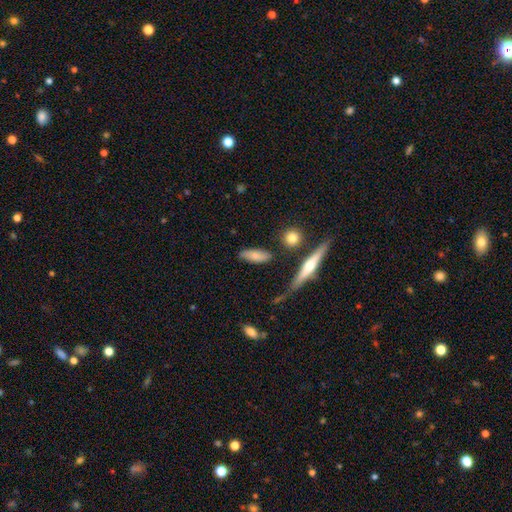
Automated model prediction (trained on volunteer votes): Smooth or featured?
  - smooth: 73% *
  - featured or disk: 20%
  - star or artifact: 7%
How rounded?
  - in between: 60% *
  - cigar-shaped: 37%
  - round: 3%
Merging?
  - none: 74% *
  - minor disturbance: 17%
  - merger: 5%
  - major disturbance: 4%